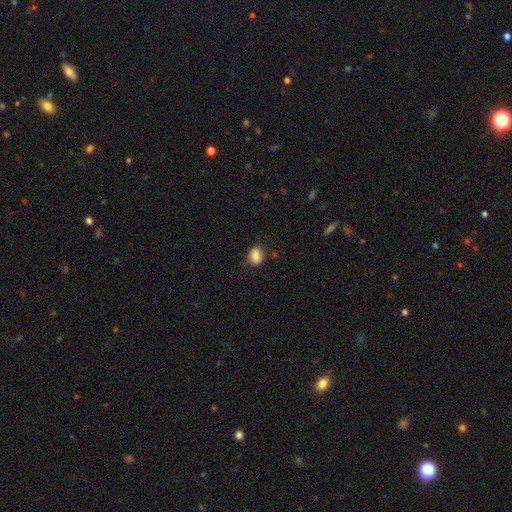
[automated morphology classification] The model was most divided on "how rounded": in between: 64%, round: 35%, cigar-shaped: 1%. More confident: smooth or featured — smooth (85%); merging — none (76%).